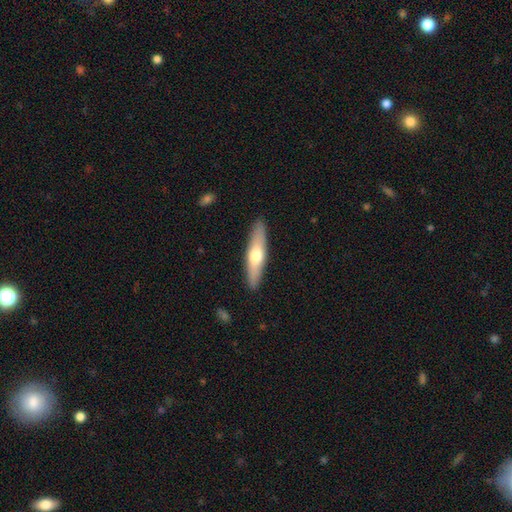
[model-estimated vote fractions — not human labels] The model was most divided on "smooth or featured": smooth: 54%, featured or disk: 41%, star or artifact: 5%. More confident: merging — none (90%); how rounded — cigar-shaped (76%).